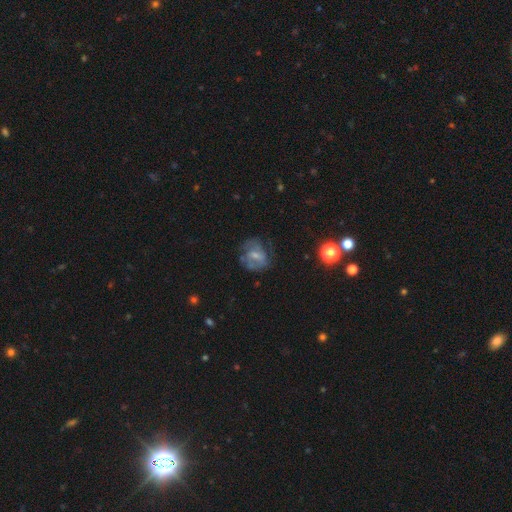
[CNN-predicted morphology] featured or disk 51%, smooth 38%, star or artifact 11%. Down the decision tree: edge-on disk — no (97%); merging — none (55%).